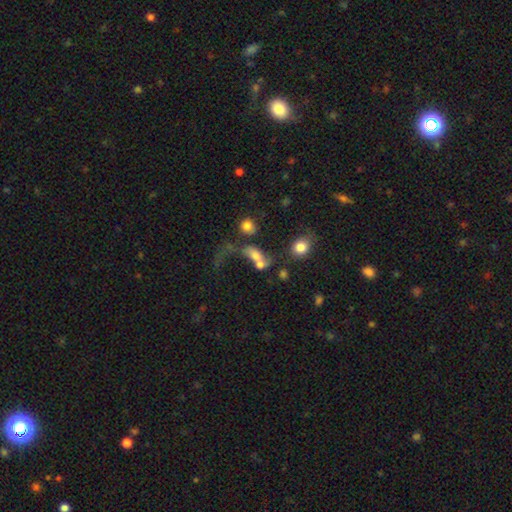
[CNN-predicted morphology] Smooth or featured? smooth (57%)
How rounded? in between (66%)
Merging? merger (53%)